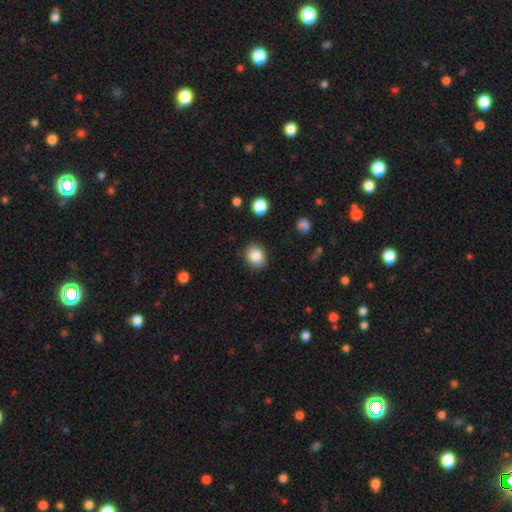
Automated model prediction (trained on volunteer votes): This appears to be a smooth galaxy with no disk features (85%) that is round (65%). Merging: none (87%).